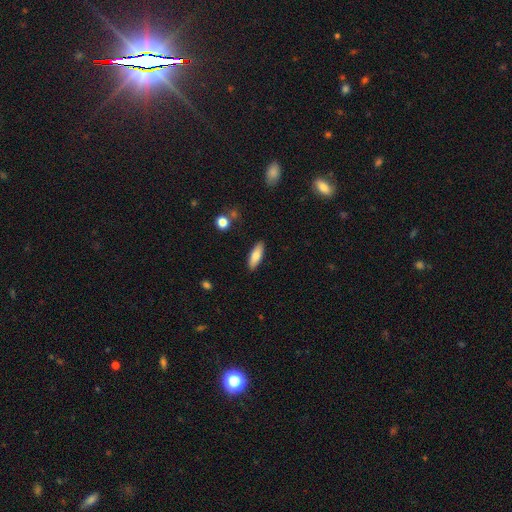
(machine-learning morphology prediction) A smooth galaxy with no disk features (76%) that is in between round and cigar-shaped (59%). Merging: none (88%).